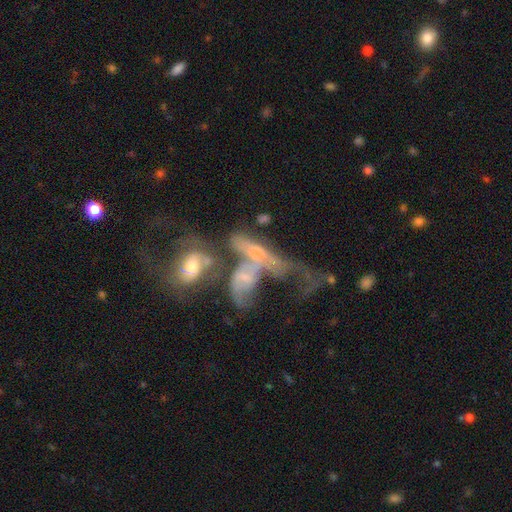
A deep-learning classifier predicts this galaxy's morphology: smooth-or-featured: featured or disk: 60% | smooth: 27% | star or artifact: 13%
  disk-edge-on: no: 77% | yes: 23%
  merging: merger: 65% | major disturbance: 18% | none: 11% | minor disturbance: 7%